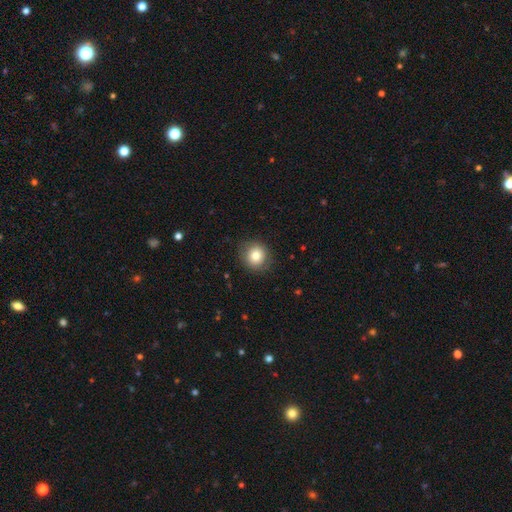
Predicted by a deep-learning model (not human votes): Q: Smooth or featured?
A: smooth (80%); runner-up: featured or disk (10%)
Q: How rounded?
A: round (90%); runner-up: in between (9%)
Q: Merging?
A: none (87%); runner-up: minor disturbance (9%)